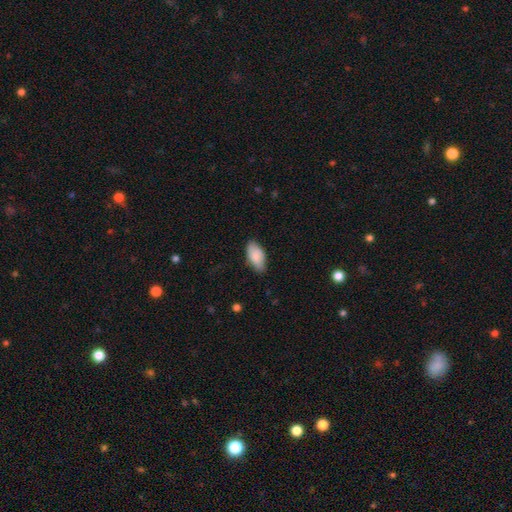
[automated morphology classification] Smooth or featured? smooth (86%)
How rounded? in between (94%)
Merging? none (78%)